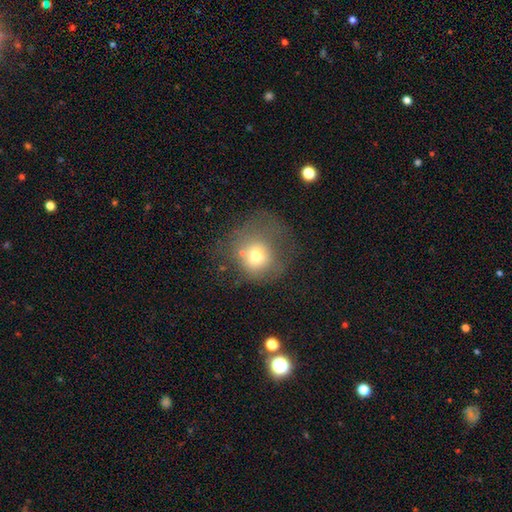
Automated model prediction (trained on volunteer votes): Smooth or featured: smooth — 67% (featured or disk — 20%)
How rounded: round — 82% (in between — 17%)
Merging: none — 39% (major disturbance — 30%)